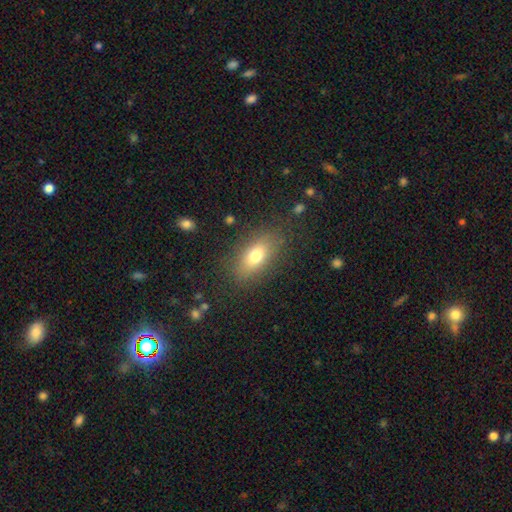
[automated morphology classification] smooth 74%, featured or disk 16%, star or artifact 10%. Down the decision tree: how rounded — in between (84%); merging — none (83%).